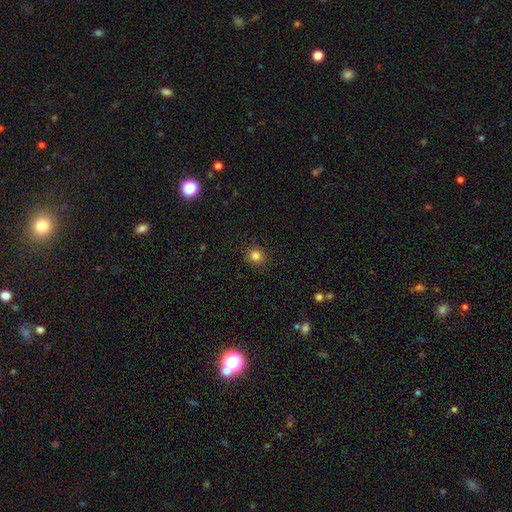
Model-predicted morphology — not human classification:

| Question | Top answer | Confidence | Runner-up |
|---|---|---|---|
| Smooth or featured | smooth | 83% | star or artifact (13%) |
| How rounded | round | 90% | in between (9%) |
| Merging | none | 90% | minor disturbance (6%) |